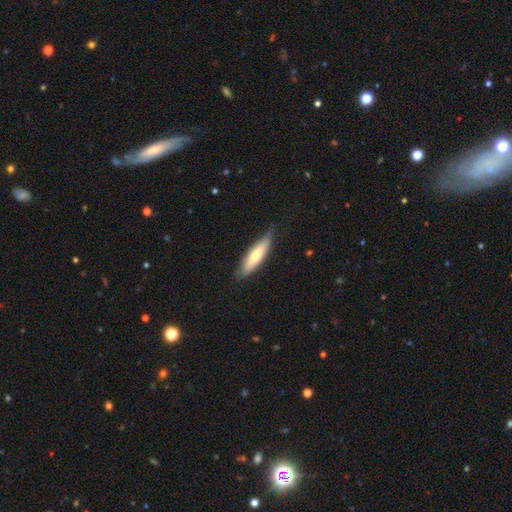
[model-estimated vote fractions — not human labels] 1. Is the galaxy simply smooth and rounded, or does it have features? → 60% smooth, 34% featured or disk, 5% star or artifact.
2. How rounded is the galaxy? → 66% cigar-shaped, 33% in between, 2% round.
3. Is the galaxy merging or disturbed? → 79% none, 17% minor disturbance, 3% major disturbance, 1% merger.